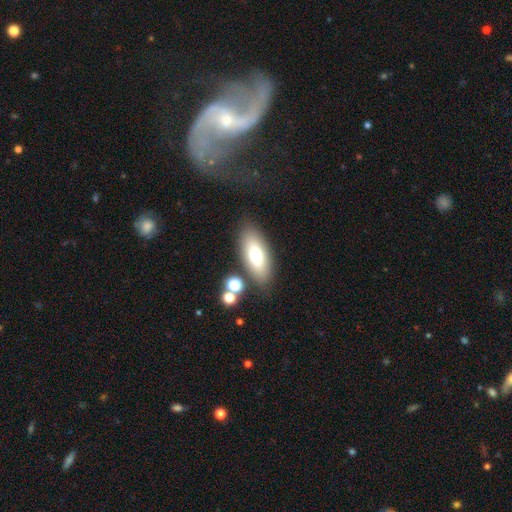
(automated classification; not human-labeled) This is likely a smooth galaxy (71%). How rounded: clearly in between (82%). Merging: clearly none (80%).